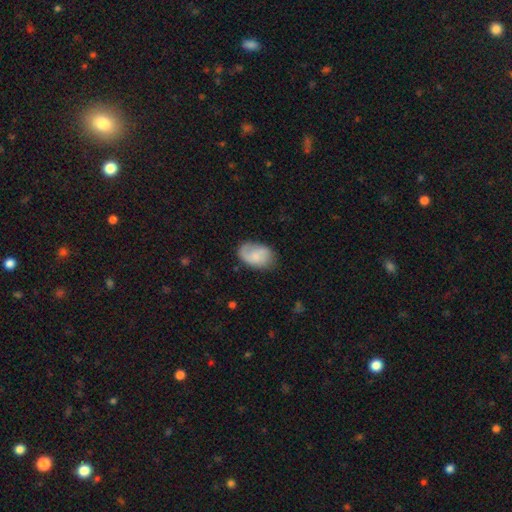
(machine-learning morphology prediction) type=smooth (63%); roundness=in between (87%); merging=none (61%).